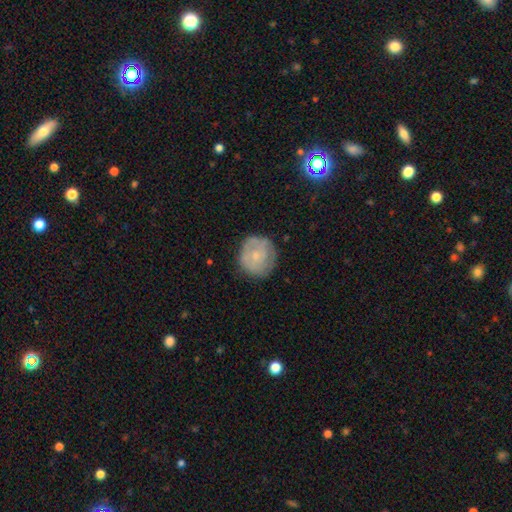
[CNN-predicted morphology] A smooth galaxy with no disk features (52%) that is round (89%).

Vote fractions:
- Smooth or featured? smooth: 52% / featured or disk: 40% / star or artifact: 7%
- How rounded? round: 89% / in between: 10% / cigar-shaped: 1%
- Merging? none: 73% / minor disturbance: 19% / major disturbance: 6% / merger: 1%